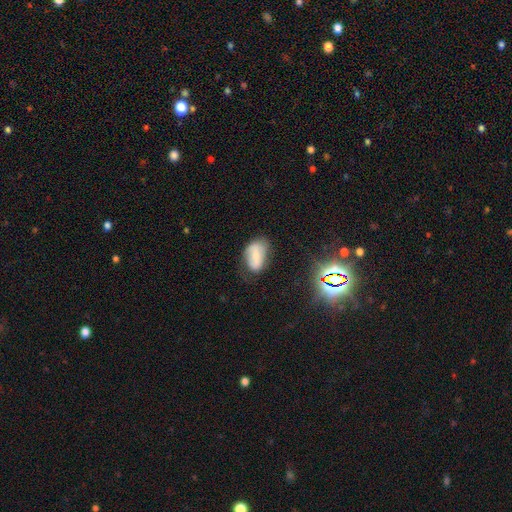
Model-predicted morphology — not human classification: This is possibly a smooth galaxy (58%). How rounded: clearly in between (90%). Merging: possibly none (56%).